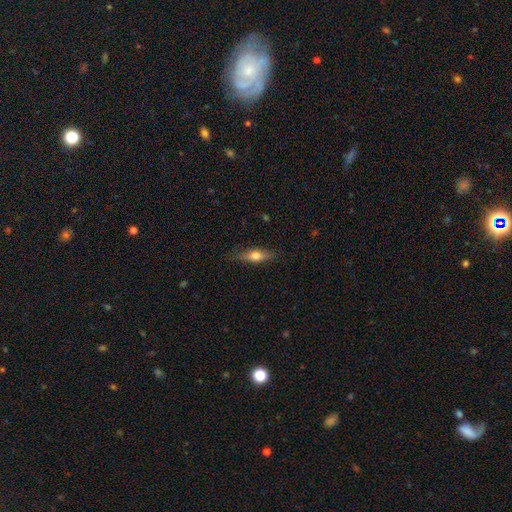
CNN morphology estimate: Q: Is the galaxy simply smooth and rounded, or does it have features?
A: smooth — 57%.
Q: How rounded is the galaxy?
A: cigar-shaped — 54%.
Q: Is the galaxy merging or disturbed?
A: none — 83%.